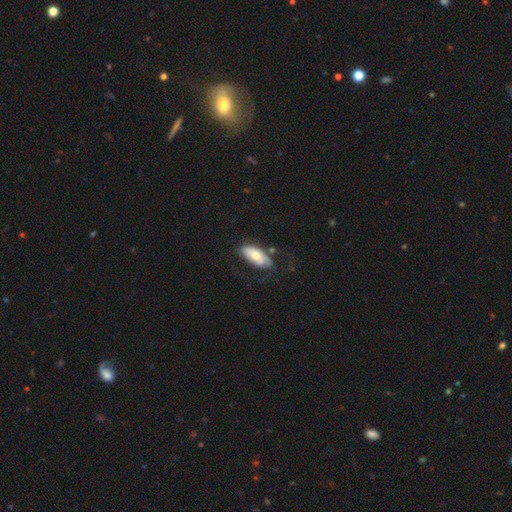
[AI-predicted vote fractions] A smooth galaxy with no disk features (56%) that is in between round and cigar-shaped (89%). Merging: none (53%).